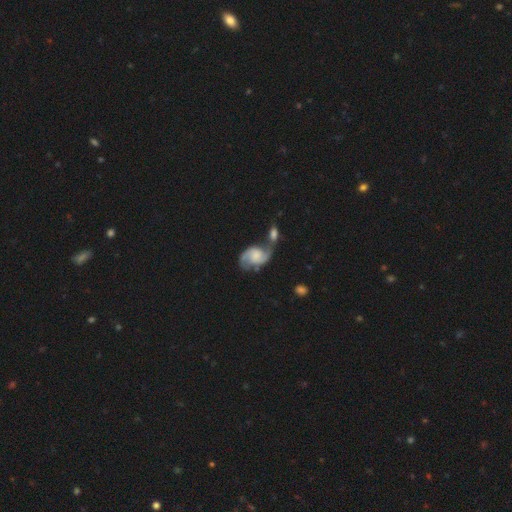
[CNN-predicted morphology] The model was most divided on "spiral winding": medium: 45%, loose: 40%, tight: 16%. Remaining: edge-on disk — no (97%); spiral arms — yes (95%); spiral arm count — 2 (91%); smooth or featured — featured or disk (81%); bar — no (61%); merging — merger (45%); bulge size — none (34%).